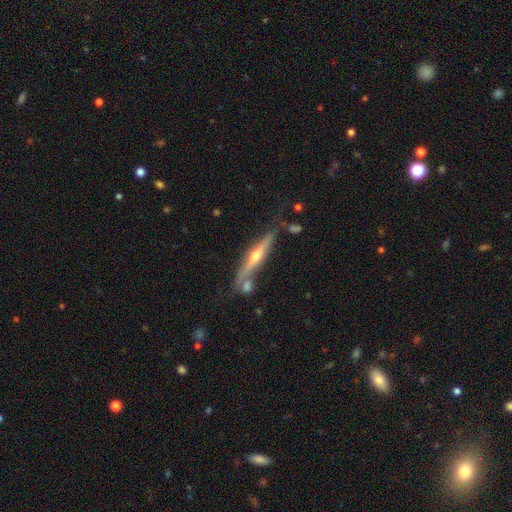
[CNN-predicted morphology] Overall: featured or disk (75%). Edge-on disk: yes (95%). Edge-on bulge: rounded (90%). Merging: none (67%).